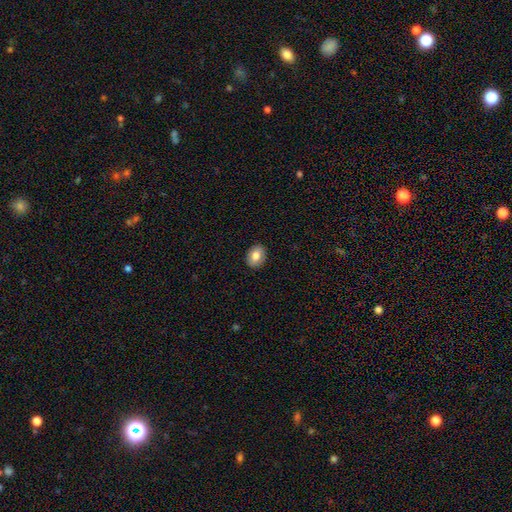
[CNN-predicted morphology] smooth-or-featured: smooth: 81% | featured or disk: 11% | star or artifact: 8%
  how-rounded: in between: 66% | round: 33% | cigar-shaped: 1%
  merging: none: 90% | minor disturbance: 7% | major disturbance: 2% | merger: 1%